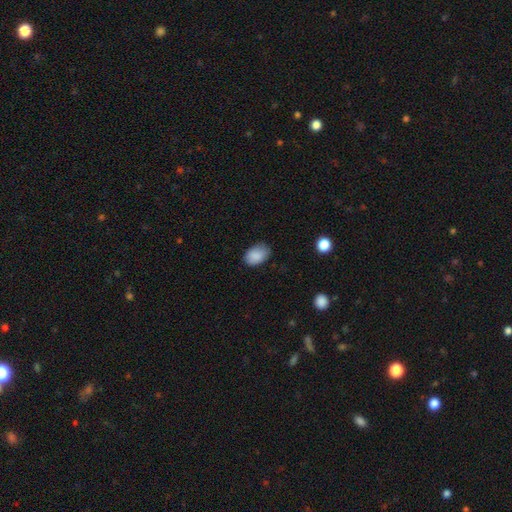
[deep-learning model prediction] A smooth galaxy with no disk features (88%) that is in between round and cigar-shaped (85%). Merging: none (75%).